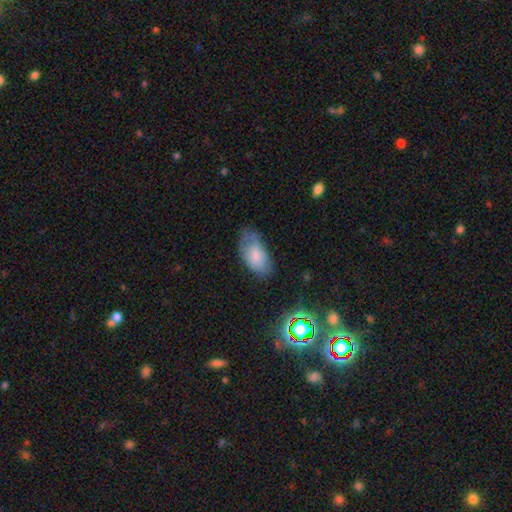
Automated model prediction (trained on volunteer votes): Q: Smooth or featured?
A: smooth (73%); runner-up: featured or disk (18%)
Q: How rounded?
A: in between (93%); runner-up: round (3%)
Q: Merging?
A: none (52%); runner-up: minor disturbance (33%)